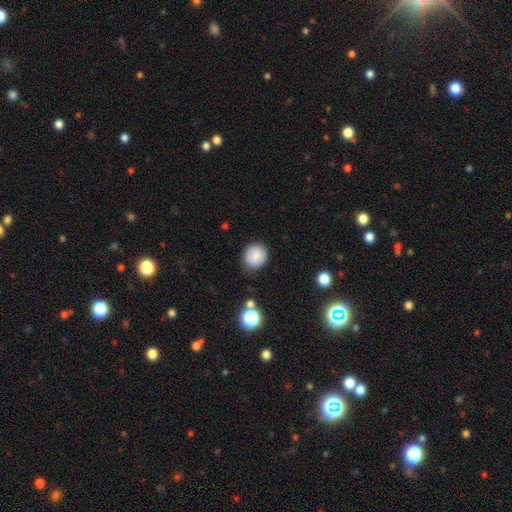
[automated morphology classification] smooth_or_featured: smooth (p=0.82) [alt: star or artifact p=0.09]
how_rounded: round (p=0.80) [alt: in between p=0.19]
merging: none (p=0.84) [alt: minor disturbance p=0.12]